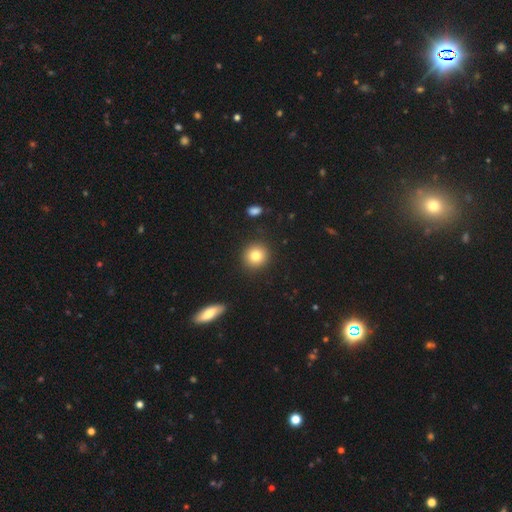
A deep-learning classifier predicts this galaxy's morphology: The model was most divided on "smooth or featured": smooth: 81%, star or artifact: 10%, featured or disk: 9%. More confident: merging — none (91%); how rounded — round (90%).